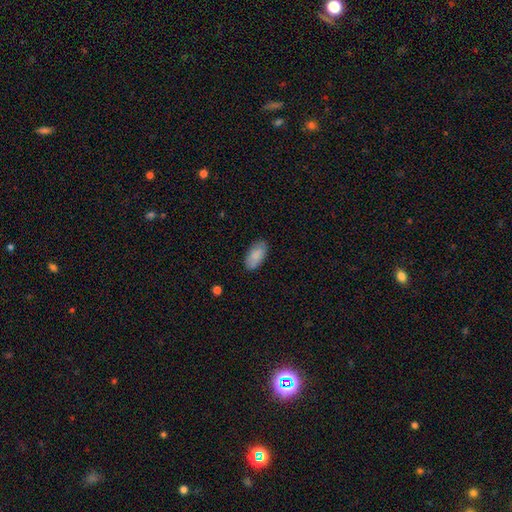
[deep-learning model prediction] smooth-or-featured: smooth: 87% | featured or disk: 7% | star or artifact: 6%
  how-rounded: in between: 94% | cigar-shaped: 4% | round: 2%
  merging: none: 84% | minor disturbance: 12% | major disturbance: 3% | merger: 1%